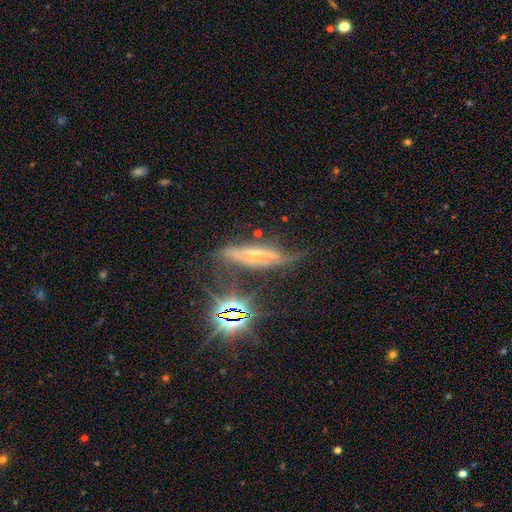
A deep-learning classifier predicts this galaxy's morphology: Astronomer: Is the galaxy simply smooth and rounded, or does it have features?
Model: featured or disk — 49% (runner-up: smooth, 28%).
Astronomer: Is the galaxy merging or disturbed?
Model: none — 50% (runner-up: minor disturbance, 29%).